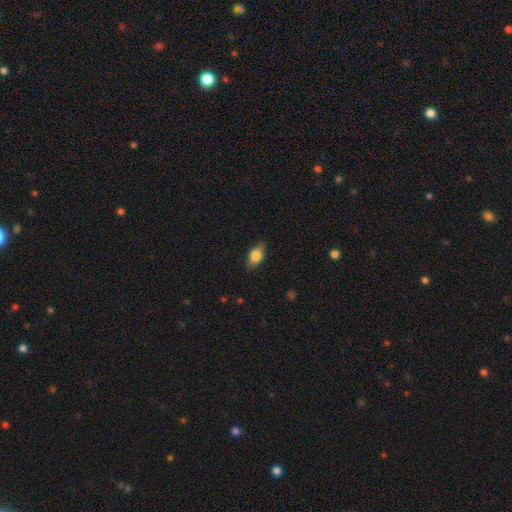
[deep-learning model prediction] smooth 77%, featured or disk 15%, star or artifact 7%. Down the decision tree: how rounded — in between (85%); merging — none (82%).